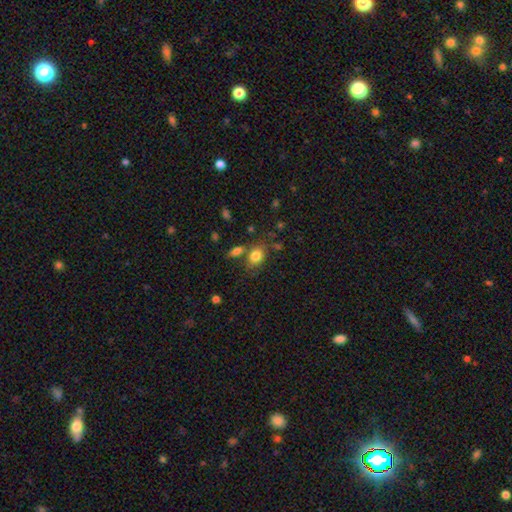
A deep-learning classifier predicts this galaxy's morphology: Smooth or featured?
  - smooth: 81% *
  - star or artifact: 10%
  - featured or disk: 9%
How rounded?
  - in between: 67% *
  - round: 31%
  - cigar-shaped: 1%
Merging?
  - none: 65% *
  - minor disturbance: 15%
  - merger: 15%
  - major disturbance: 5%